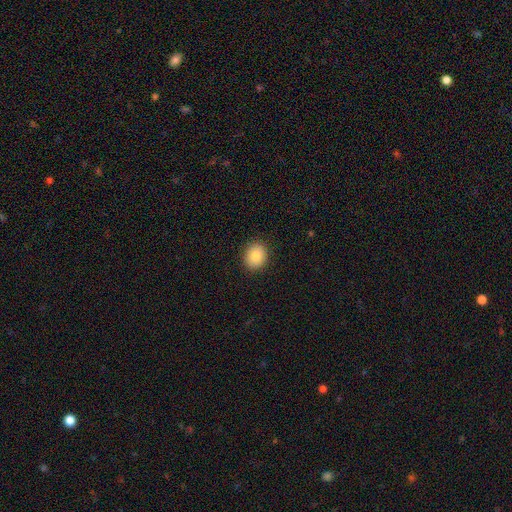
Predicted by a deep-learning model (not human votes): Smooth or featured? Predicted: smooth (p=0.85). How rounded? Predicted: round (p=0.68). Merging? Predicted: none (p=0.90).